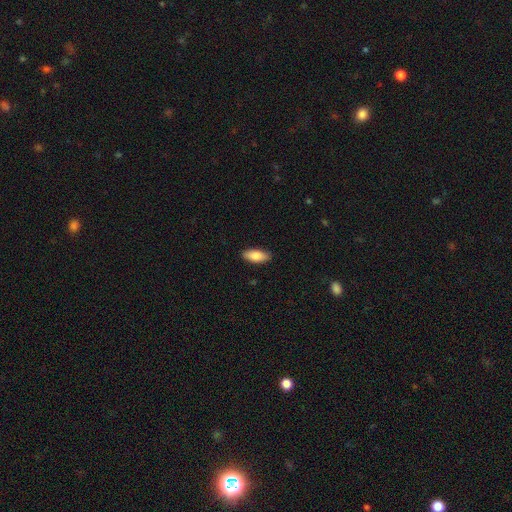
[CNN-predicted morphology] The model was most divided on "how rounded": in between: 84%, cigar-shaped: 14%, round: 2%. More confident: merging — none (88%); smooth or featured — smooth (86%).